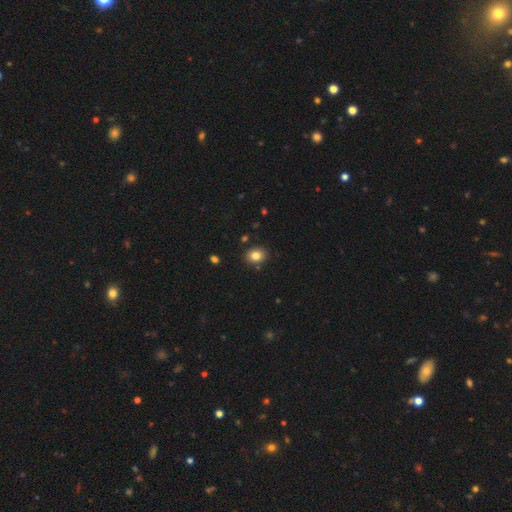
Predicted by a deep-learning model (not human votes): smooth 83%, star or artifact 10%, featured or disk 7%. Down the decision tree: how rounded — round (50%, tied with in between); merging — none (87%).